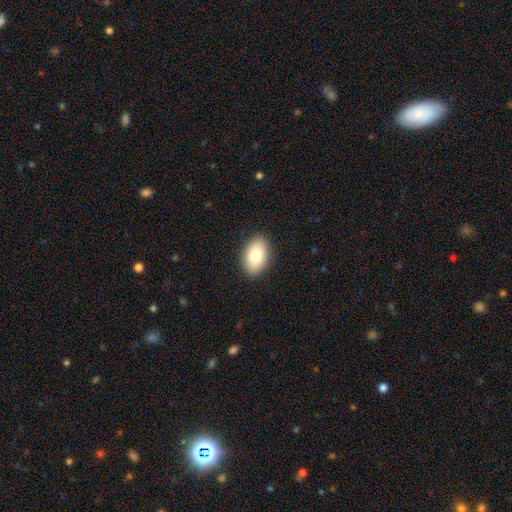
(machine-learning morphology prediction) This is clearly a smooth galaxy (80%). How rounded: clearly in between (89%). Merging: clearly none (88%).